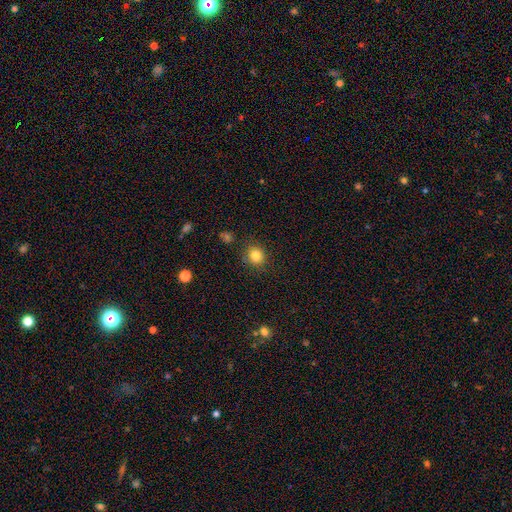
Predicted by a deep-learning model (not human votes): This appears to be a smooth galaxy with no disk features (82%) that is round (85%). Merging: none (87%).